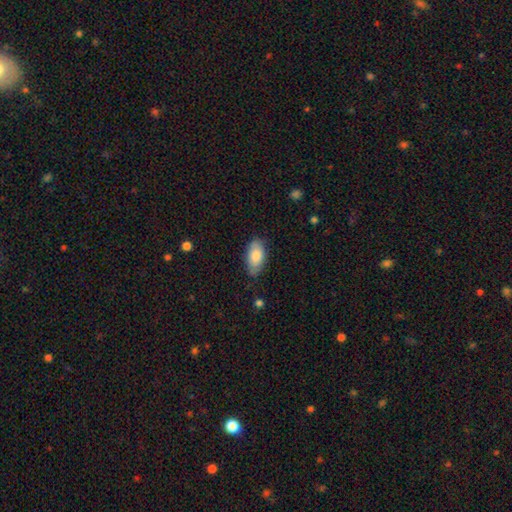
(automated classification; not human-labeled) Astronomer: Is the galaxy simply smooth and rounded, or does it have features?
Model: smooth — 80%.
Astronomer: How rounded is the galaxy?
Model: in between — 92%.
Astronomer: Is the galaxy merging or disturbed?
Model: none — 76%.